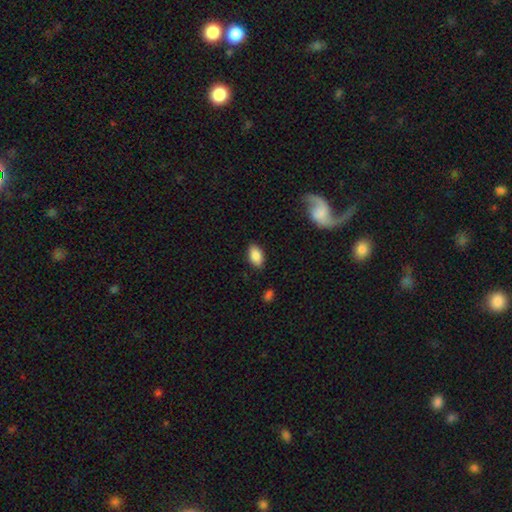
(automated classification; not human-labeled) This is clearly a smooth galaxy (87%). How rounded: clearly in between (92%). Merging: clearly none (86%).